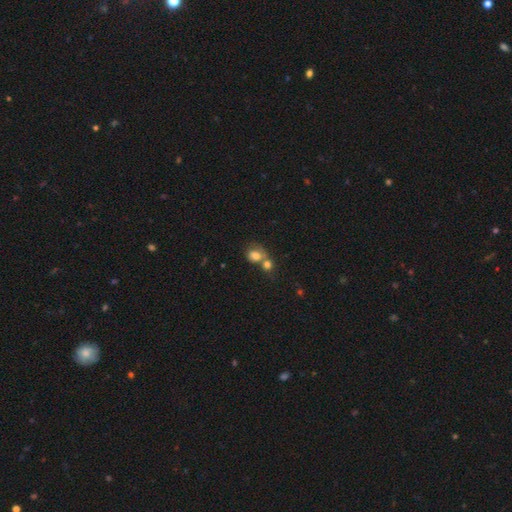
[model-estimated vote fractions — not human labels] This appears to be a smooth galaxy with no disk features (75%) that is round (56%). Merging: merger (55%).